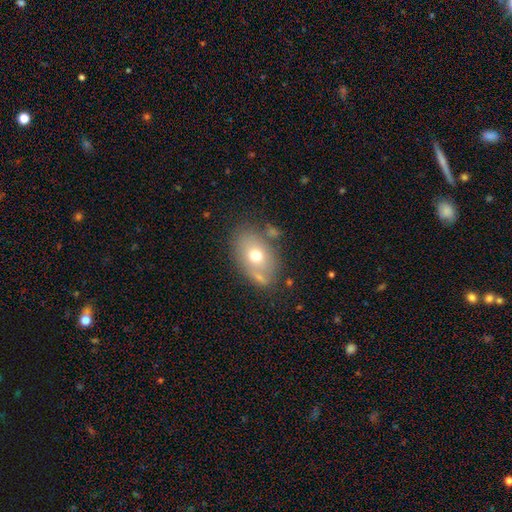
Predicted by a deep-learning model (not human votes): Q: Smooth or featured?
A: smooth (59%); runner-up: featured or disk (30%)
Q: How rounded?
A: in between (79%); runner-up: round (19%)
Q: Merging?
A: none (63%); runner-up: minor disturbance (18%)